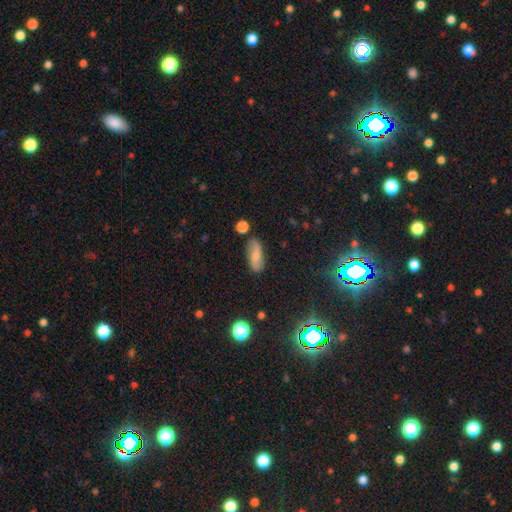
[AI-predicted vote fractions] A smooth galaxy with no disk features (60%) that is in between round and cigar-shaped (80%). Merging: none (80%).